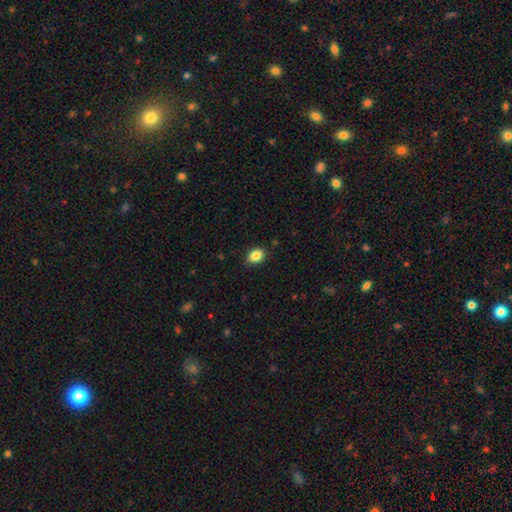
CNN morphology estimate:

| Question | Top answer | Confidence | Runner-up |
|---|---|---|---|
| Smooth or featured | smooth | 86% | star or artifact (9%) |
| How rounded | in between | 67% | round (32%) |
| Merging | none | 84% | minor disturbance (12%) |